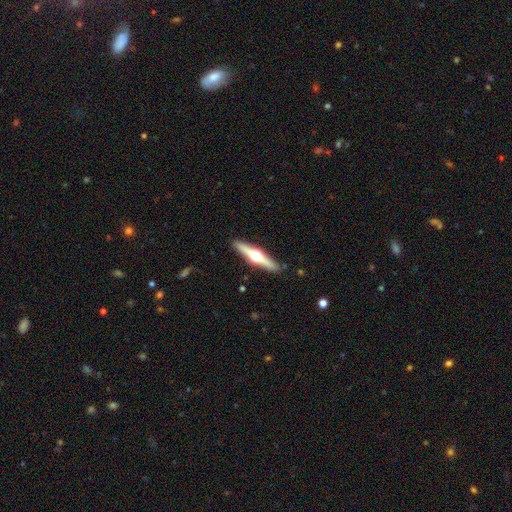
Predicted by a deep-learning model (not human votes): Smooth or featured: featured or disk — 71% (smooth — 24%)
Edge-on disk: yes — 97% (no — 3%)
Edge-on bulge: rounded — 96% (boxy — 2%)
Merging: none — 90% (minor disturbance — 7%)